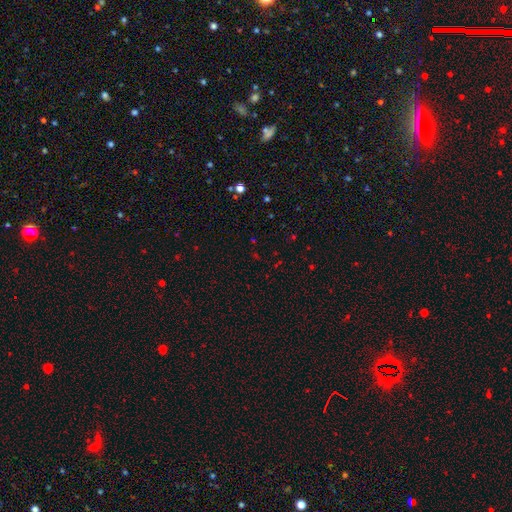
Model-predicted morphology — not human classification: type=star or artifact (63%).